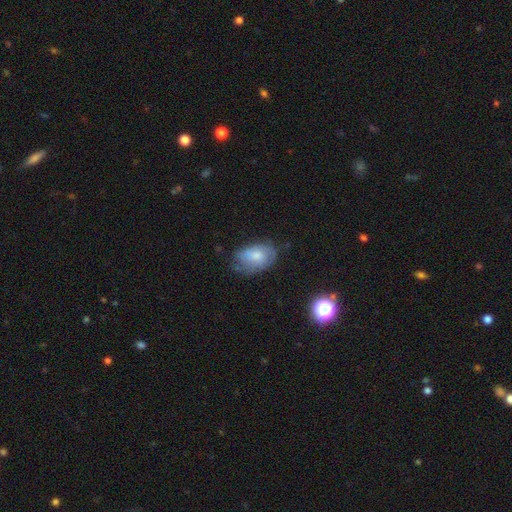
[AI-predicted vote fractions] smooth-or-featured: smooth: 62% | featured or disk: 30% | star or artifact: 8%
  how-rounded: in between: 89% | round: 9% | cigar-shaped: 1%
  merging: none: 55% | minor disturbance: 32% | major disturbance: 11% | merger: 2%